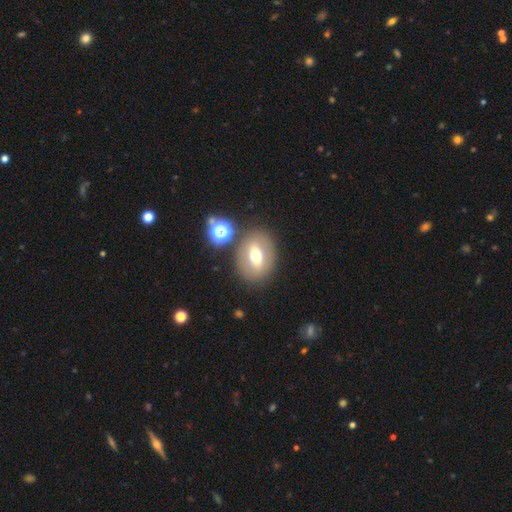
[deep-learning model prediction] A smooth galaxy with no disk features (58%) that is in between round and cigar-shaped (65%).

Vote fractions:
- Smooth or featured? smooth: 58% / featured or disk: 31% / star or artifact: 11%
- How rounded? in between: 65% / round: 34% / cigar-shaped: 2%
- Merging? none: 76% / minor disturbance: 11% / merger: 8% / major disturbance: 5%